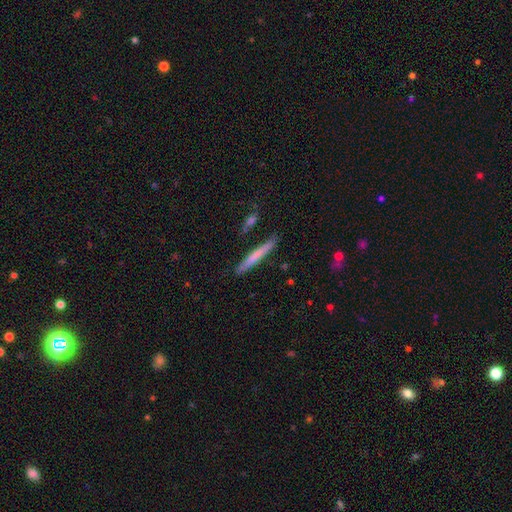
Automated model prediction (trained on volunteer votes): This is possibly a smooth galaxy (59%). How rounded: clearly cigar-shaped (96%). Merging: clearly none (88%).